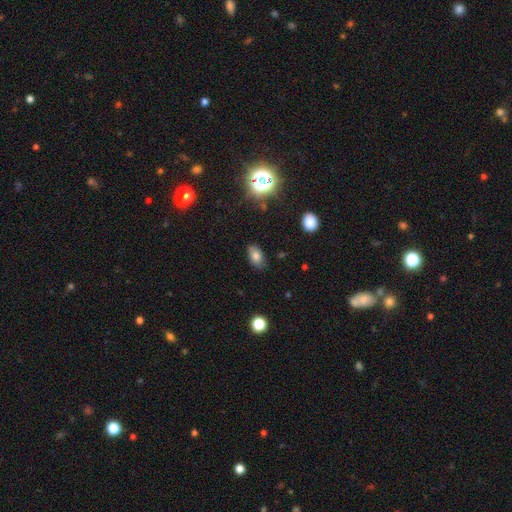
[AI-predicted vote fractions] Smooth or featured?
  - smooth: 76% *
  - star or artifact: 14%
  - featured or disk: 10%
How rounded?
  - in between: 89% *
  - round: 9%
  - cigar-shaped: 2%
Merging?
  - none: 82% *
  - minor disturbance: 14%
  - major disturbance: 3%
  - merger: 2%